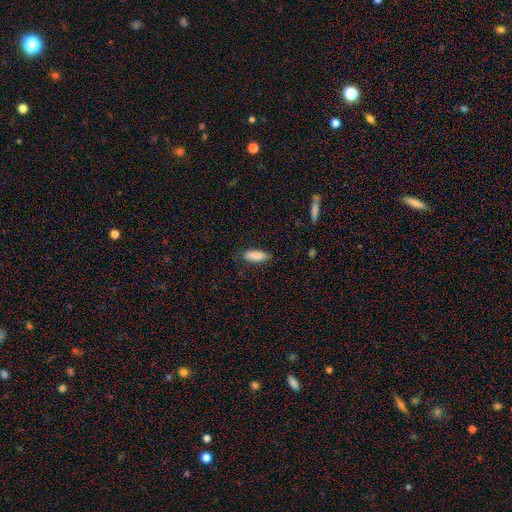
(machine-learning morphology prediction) This is clearly a smooth galaxy (87%). How rounded: possibly in between (55%). Merging: clearly none (81%).